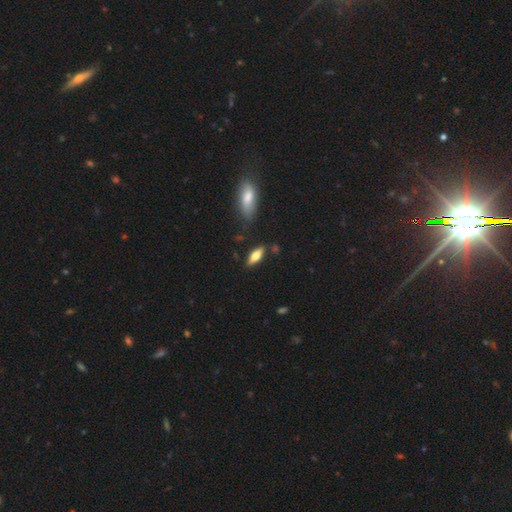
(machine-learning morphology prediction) type=smooth (59%); roundness=in between (63%); merging=none (80%).